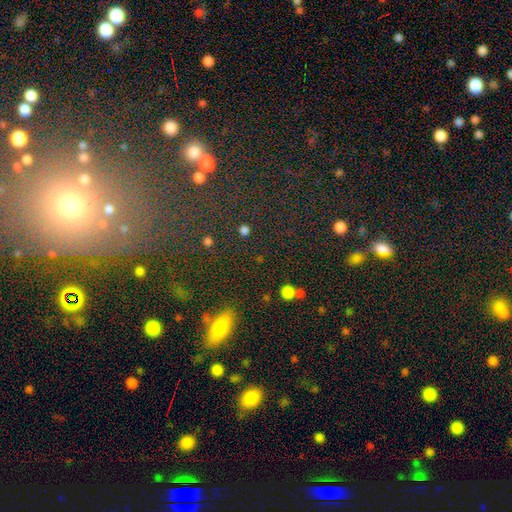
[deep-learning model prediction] This is possibly a star or artifact rather than a galaxy (47%).